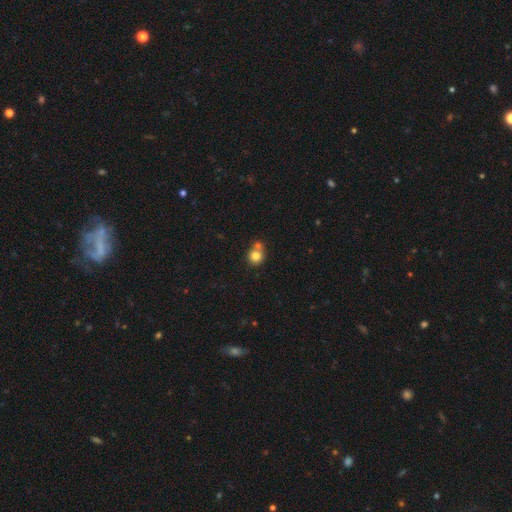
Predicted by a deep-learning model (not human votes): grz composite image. It shows a smooth galaxy with no disk features (81%) that is round (86%). Merging: none (49%).